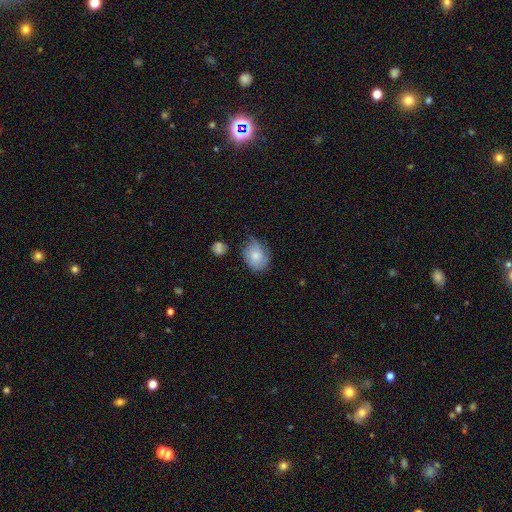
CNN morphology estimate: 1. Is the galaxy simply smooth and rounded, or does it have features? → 73% smooth, 20% featured or disk, 7% star or artifact.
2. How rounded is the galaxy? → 58% in between, 41% round, 1% cigar-shaped.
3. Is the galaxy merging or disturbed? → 53% none, 35% minor disturbance, 9% major disturbance, 3% merger.